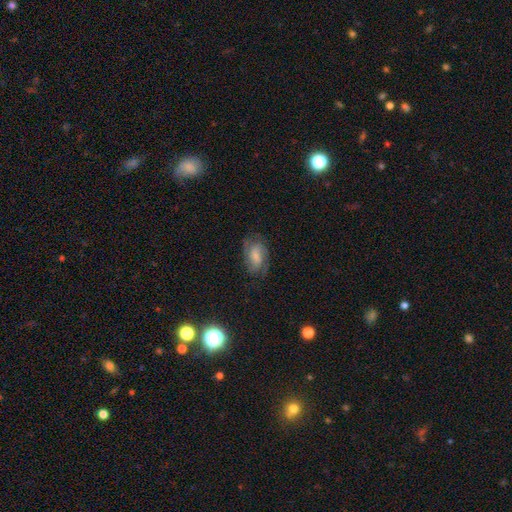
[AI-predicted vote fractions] Smooth or featured? featured or disk (50%)
Edge-on disk? no (96%)
Merging? none (67%)